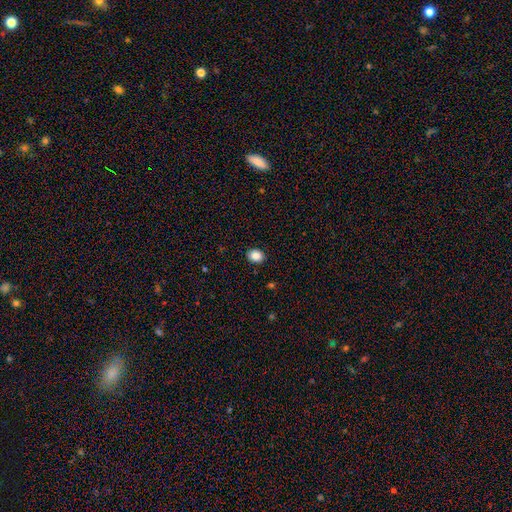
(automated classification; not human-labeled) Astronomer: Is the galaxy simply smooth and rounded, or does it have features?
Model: smooth — 87%.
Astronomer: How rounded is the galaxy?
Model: round — 50% (runner-up: in between, 49%).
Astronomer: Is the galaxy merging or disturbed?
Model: none — 91%.